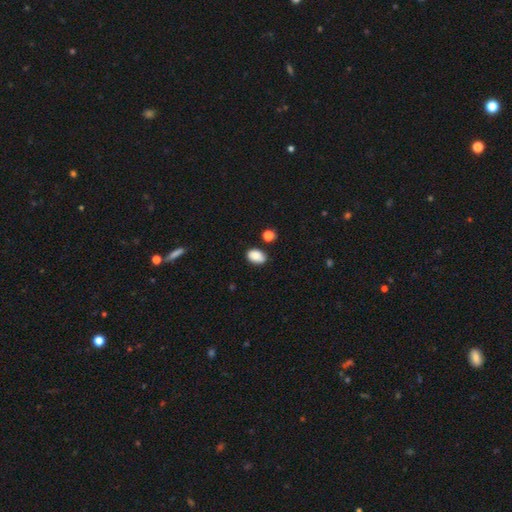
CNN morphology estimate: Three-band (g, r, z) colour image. It shows a smooth galaxy with no disk features (84%) that is in between round and cigar-shaped (84%). Merging: none (71%).